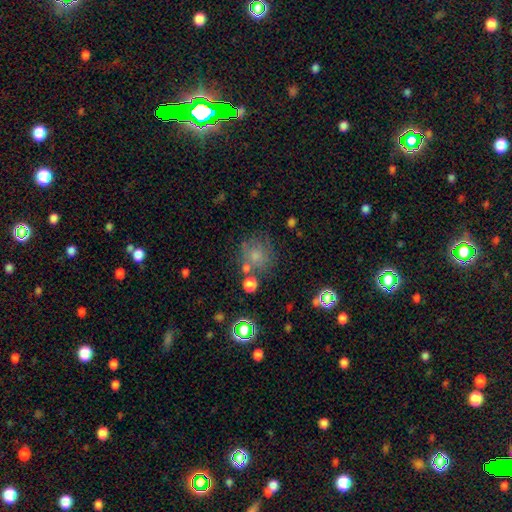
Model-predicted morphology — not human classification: smooth 64%, featured or disk 19%, star or artifact 17%. Down the decision tree: how rounded — round (85%); merging — none (59%).